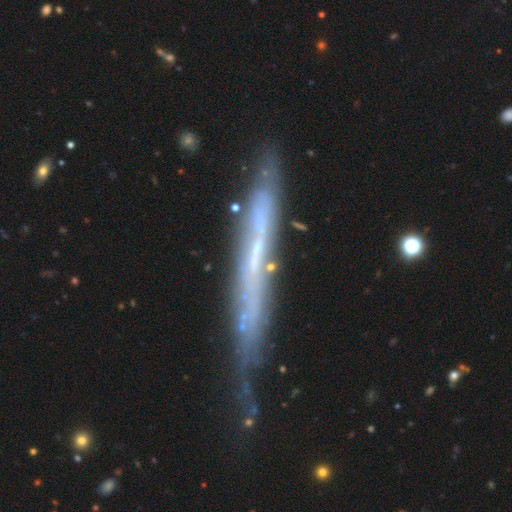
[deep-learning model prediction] Smooth or featured? Predicted: featured or disk (p=0.70). Edge-on disk? Predicted: yes (p=0.82). Edge-on bulge? Predicted: none (p=0.85). Merging? Predicted: none (p=0.56).